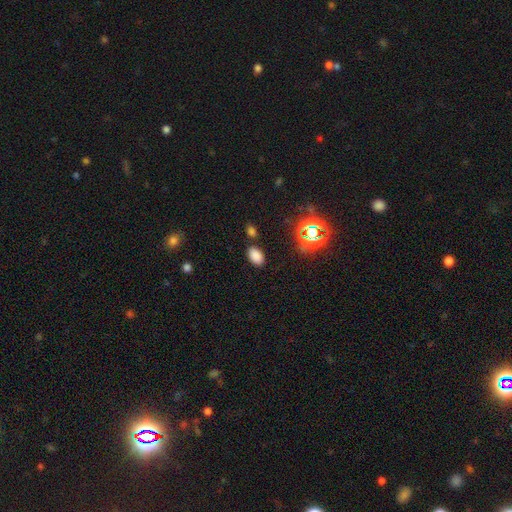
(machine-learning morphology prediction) type=smooth (77%); roundness=in between (90%); merging=none (83%).